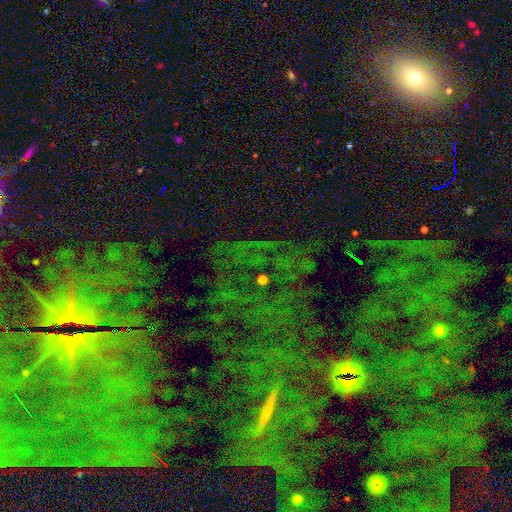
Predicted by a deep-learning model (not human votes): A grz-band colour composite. It shows a star or artifact, not a galaxy (76%).